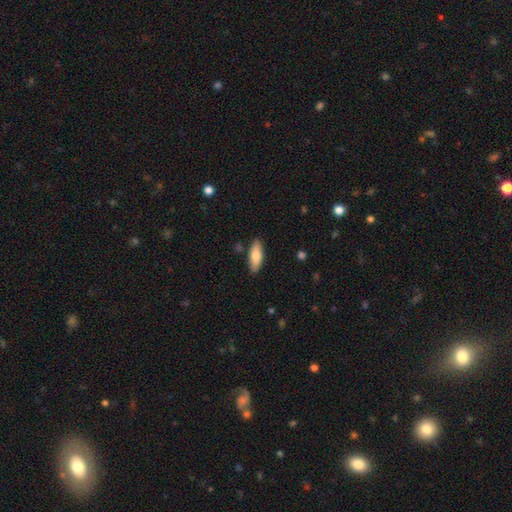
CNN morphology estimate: Smooth or featured? smooth (76%)
How rounded? in between (62%)
Merging? none (86%)